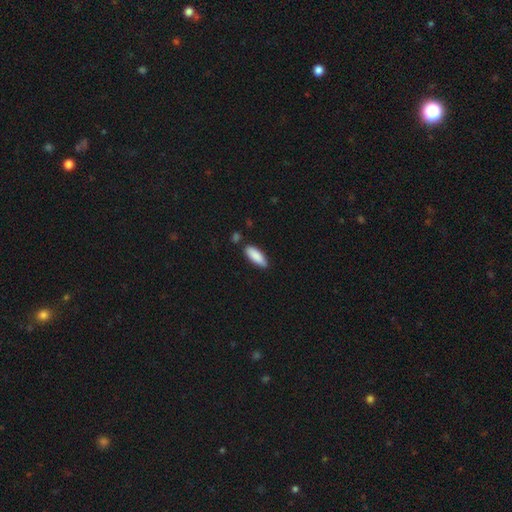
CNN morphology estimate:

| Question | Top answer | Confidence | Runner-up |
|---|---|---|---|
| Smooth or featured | smooth | 88% | featured or disk (6%) |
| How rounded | in between | 67% | cigar-shaped (32%) |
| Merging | none | 81% | minor disturbance (13%) |